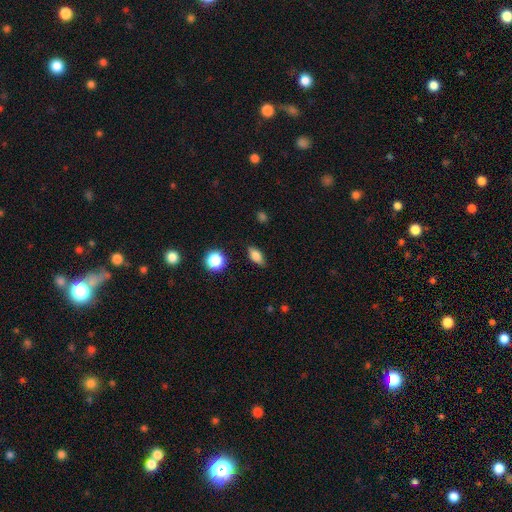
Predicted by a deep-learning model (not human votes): Q: Smooth or featured?
A: smooth (77%); runner-up: featured or disk (13%)
Q: How rounded?
A: in between (79%); runner-up: cigar-shaped (11%)
Q: Merging?
A: none (83%); runner-up: minor disturbance (12%)